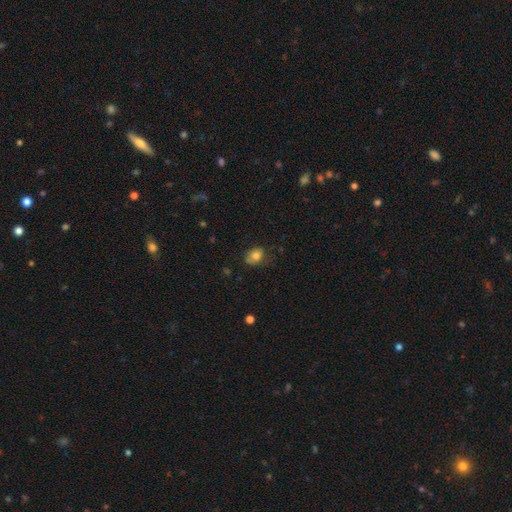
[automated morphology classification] Q: Smooth or featured?
A: smooth (78%); runner-up: featured or disk (12%)
Q: How rounded?
A: in between (64%); runner-up: round (35%)
Q: Merging?
A: none (65%); runner-up: minor disturbance (26%)